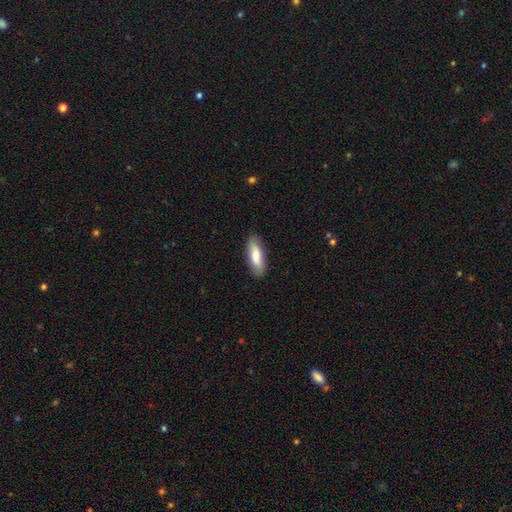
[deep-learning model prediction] The model was most divided on "how rounded": in between: 63%, cigar-shaped: 35%, round: 2%. More confident: merging — none (86%); smooth or featured — smooth (76%).